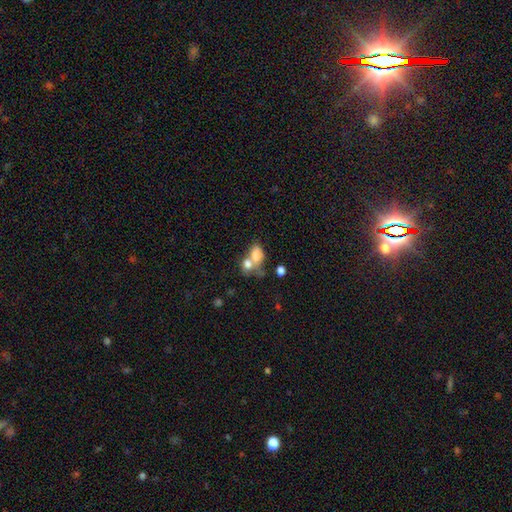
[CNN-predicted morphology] This is likely a smooth galaxy (74%). How rounded: likely in between (75%). Merging: likely merger (64%).